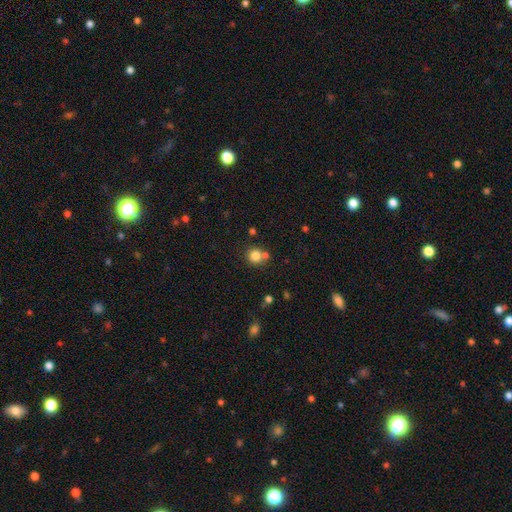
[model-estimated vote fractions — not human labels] Smooth or featured? smooth (81%)
How rounded? round (89%)
Merging? none (62%)